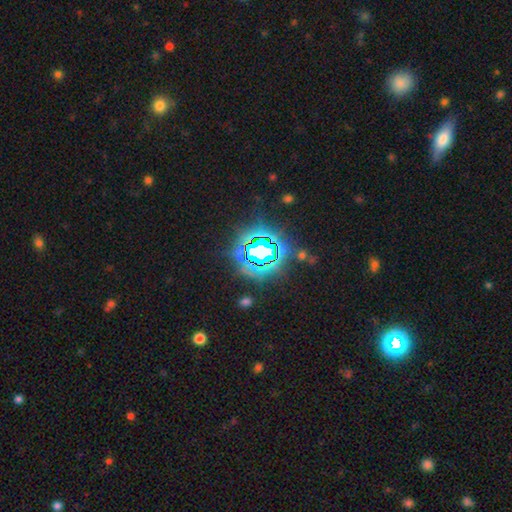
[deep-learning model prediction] star or artifact 81%, smooth 12%, featured or disk 7%.